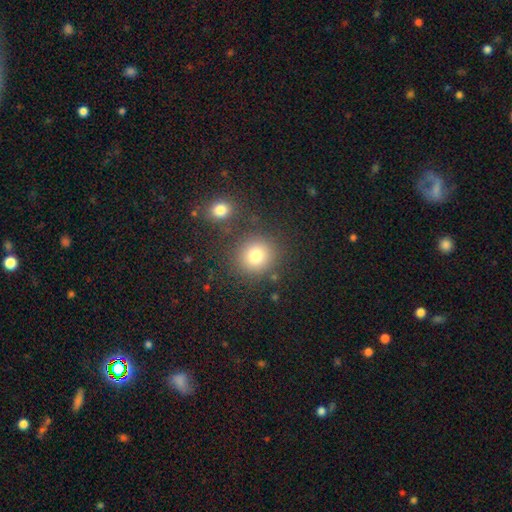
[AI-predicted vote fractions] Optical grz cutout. It shows a smooth galaxy with no disk features (80%) that is round (88%). Merging: none (80%).